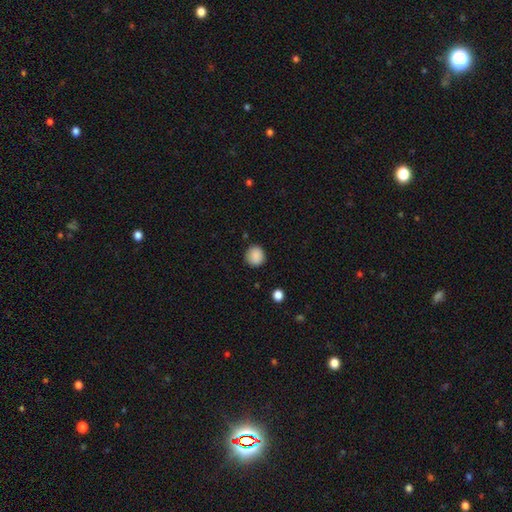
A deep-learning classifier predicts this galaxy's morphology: A smooth galaxy with no disk features (88%) that is round (89%). Merging: none (87%).